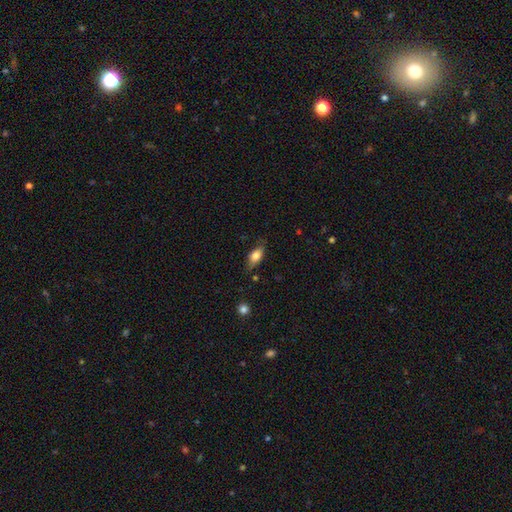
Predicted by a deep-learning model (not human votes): Overall: smooth (73%). How rounded: in between (81%). Merging: none (72%).